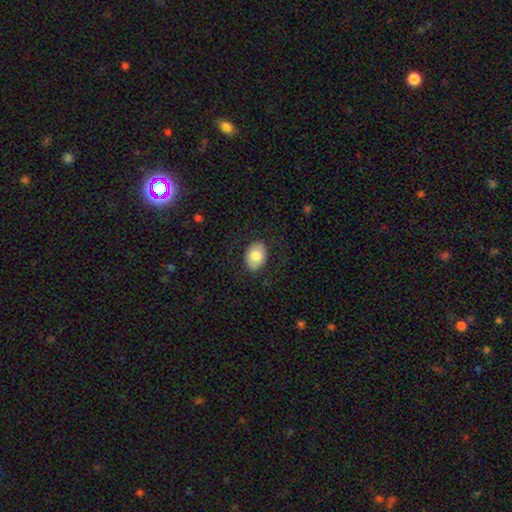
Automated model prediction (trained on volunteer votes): smooth_or_featured: smooth (p=0.81) [alt: featured or disk p=0.13]
how_rounded: in between (p=0.79) [alt: round p=0.20]
merging: none (p=0.84) [alt: minor disturbance p=0.10]